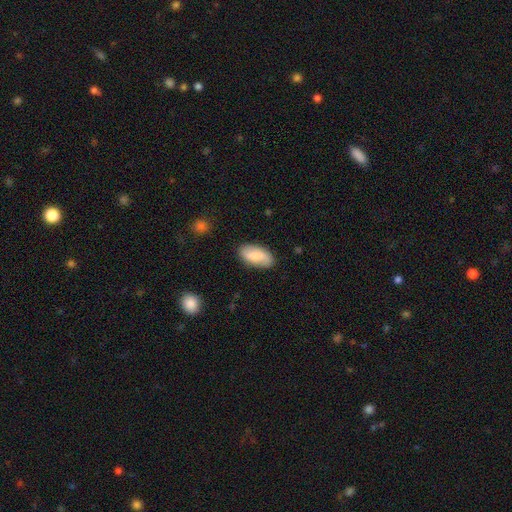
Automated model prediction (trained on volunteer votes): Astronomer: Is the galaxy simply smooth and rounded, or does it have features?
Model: smooth — 71%.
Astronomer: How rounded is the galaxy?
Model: in between — 93%.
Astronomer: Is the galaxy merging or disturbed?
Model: none — 83%.